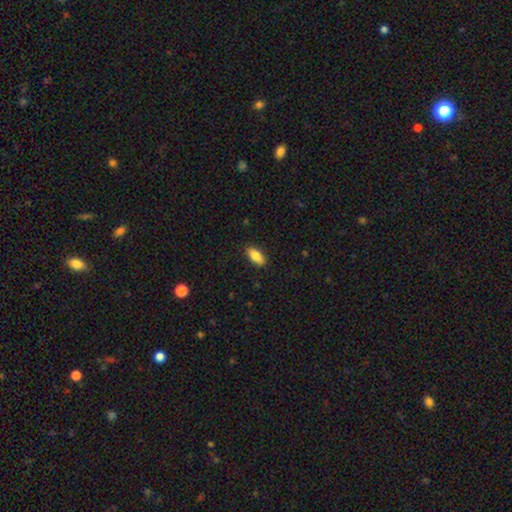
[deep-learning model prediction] smooth 85%, featured or disk 8%, star or artifact 7%. Down the decision tree: how rounded — in between (87%); merging — none (86%).